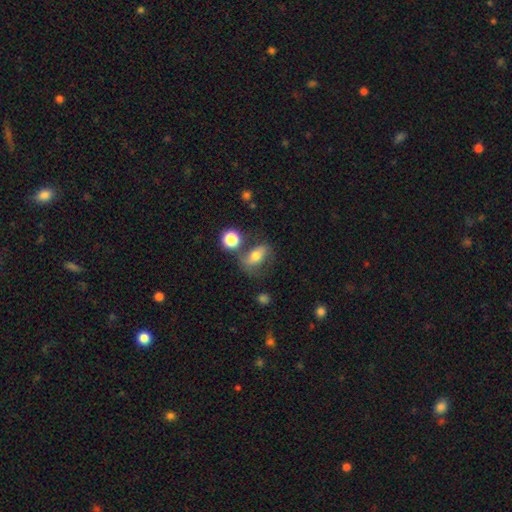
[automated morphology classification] Smooth or featured? Predicted: smooth (p=0.56). How rounded? Predicted: in between (p=0.75). Merging? Predicted: none (p=0.49).